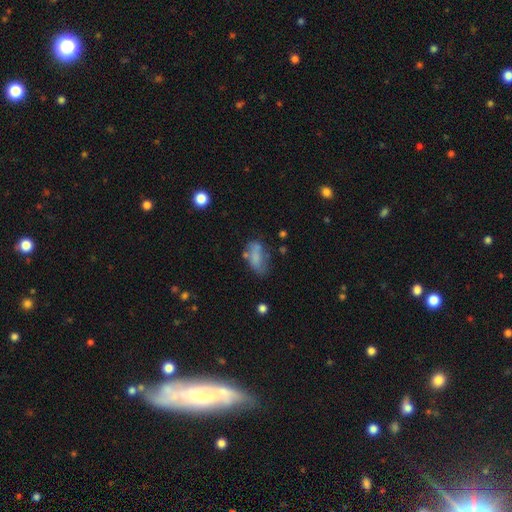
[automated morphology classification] type=smooth (66%); roundness=in between (85%); merging=none (42%).